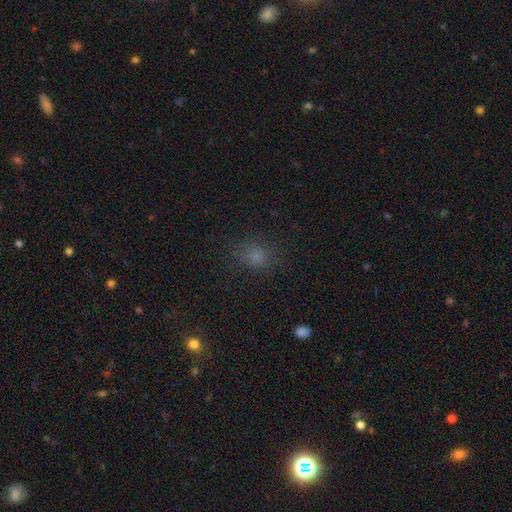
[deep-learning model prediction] Smooth or featured: smooth — 73% (star or artifact — 21%)
How rounded: round — 68% (in between — 31%)
Merging: none — 81% (minor disturbance — 13%)